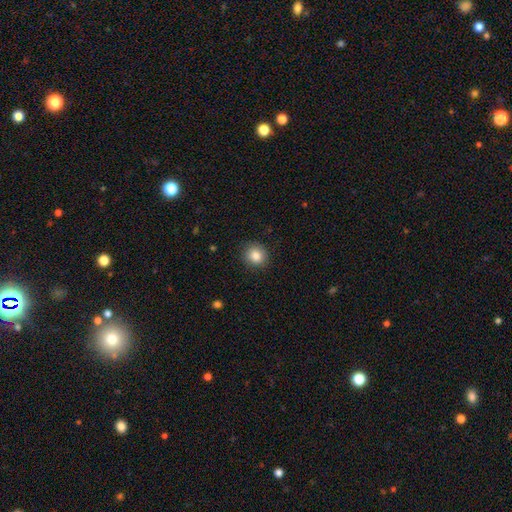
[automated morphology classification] smooth 85%, star or artifact 10%, featured or disk 6%. Down the decision tree: how rounded — round (88%); merging — none (88%).